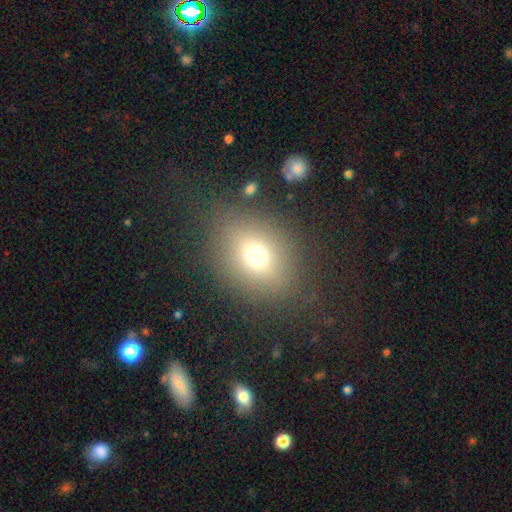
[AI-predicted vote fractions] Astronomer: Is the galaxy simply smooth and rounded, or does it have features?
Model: smooth — 69%.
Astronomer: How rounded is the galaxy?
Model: in between — 52% (runner-up: round, 47%).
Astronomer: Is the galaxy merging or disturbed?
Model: none — 77%.